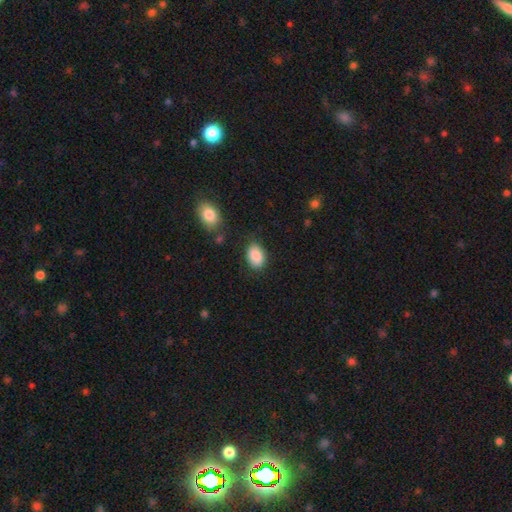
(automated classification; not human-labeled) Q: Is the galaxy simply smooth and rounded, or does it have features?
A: smooth — 89%.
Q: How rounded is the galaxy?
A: in between — 85%.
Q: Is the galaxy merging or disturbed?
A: none — 77%.